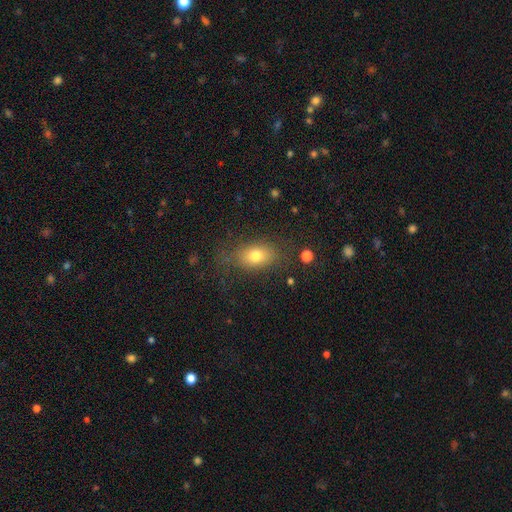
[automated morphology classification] smooth-or-featured: smooth: 74% | featured or disk: 14% | star or artifact: 12%
  how-rounded: in between: 78% | round: 19% | cigar-shaped: 3%
  merging: none: 71% | minor disturbance: 18% | major disturbance: 10% | merger: 2%